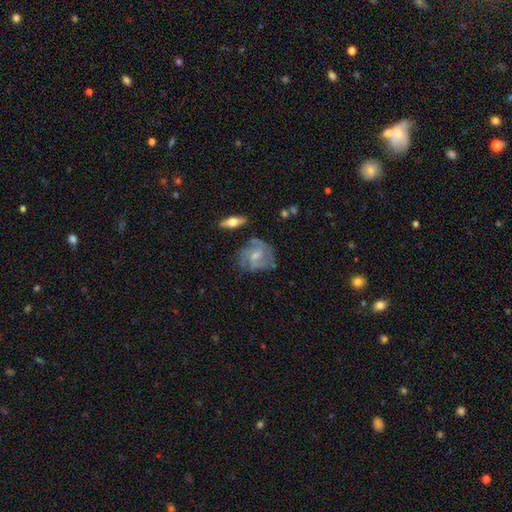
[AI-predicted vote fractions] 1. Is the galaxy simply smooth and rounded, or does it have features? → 74% featured or disk, 20% smooth, 6% star or artifact.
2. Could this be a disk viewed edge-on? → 96% no, 4% yes.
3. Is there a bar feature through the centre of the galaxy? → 49% no, 43% weak, 8% strong.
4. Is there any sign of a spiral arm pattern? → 87% yes, 13% no.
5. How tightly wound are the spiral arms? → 45% medium, 37% tight, 18% loose.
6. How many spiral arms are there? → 36% 2, 26% 3, 26% can't tell, 6% 4, 4% 1, 3% more than 4.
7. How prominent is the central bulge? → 54% small, 36% moderate, 7% none, 2% large, 1% dominant.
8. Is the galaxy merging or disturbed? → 60% none, 24% minor disturbance, 12% major disturbance, 4% merger.